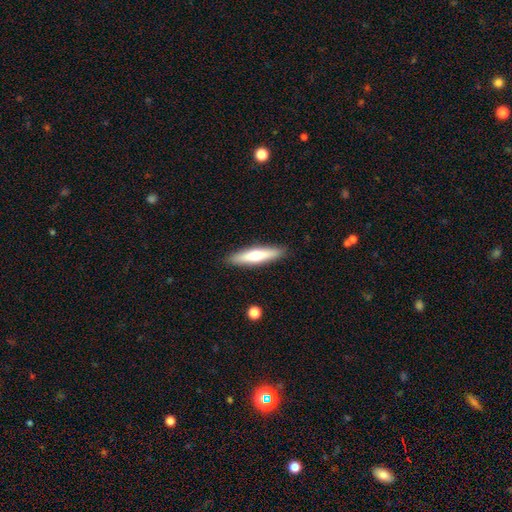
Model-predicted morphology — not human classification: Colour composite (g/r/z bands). It shows a smooth galaxy with no disk features (58%) that is cigar-shaped (83%). Merging: none (90%).